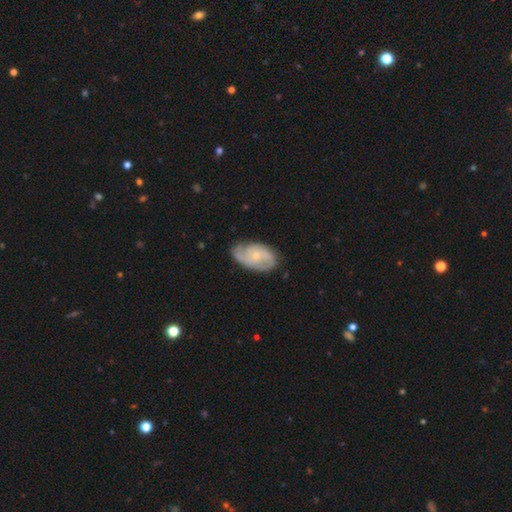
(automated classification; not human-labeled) The model was most divided on "spiral winding": tight: 43%, medium: 42%, loose: 15%. More confident: edge-on disk — no (96%); spiral arms — yes (92%); smooth or featured — featured or disk (75%); bar — no (72%); bulge size — small (69%); merging — none (66%); spiral arm count — 2 (53%).